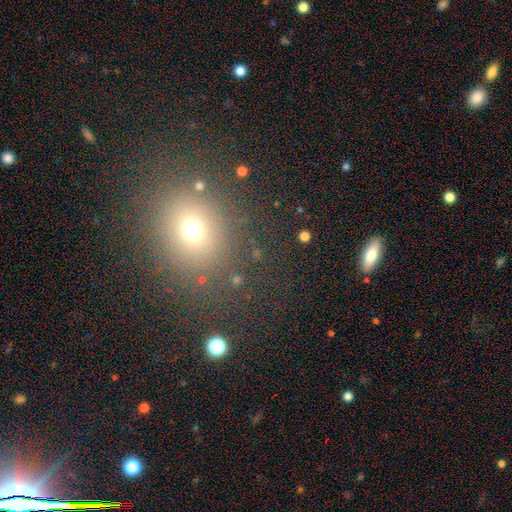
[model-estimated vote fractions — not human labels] This is possibly a smooth galaxy (59%). How rounded: likely round (72%). Merging: clearly none (85%).